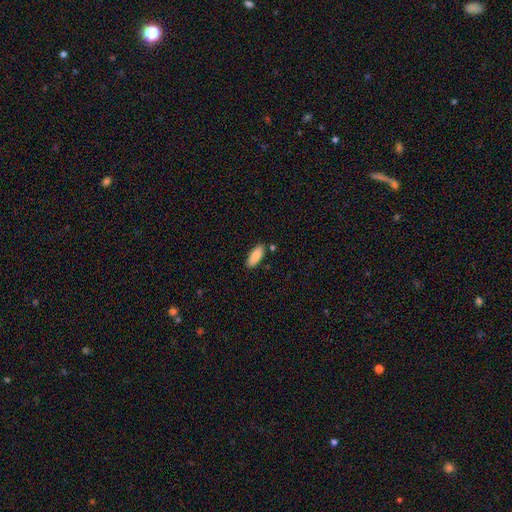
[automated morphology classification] smooth 86%, featured or disk 8%, star or artifact 6%. Down the decision tree: how rounded — in between (78%); merging — none (83%).